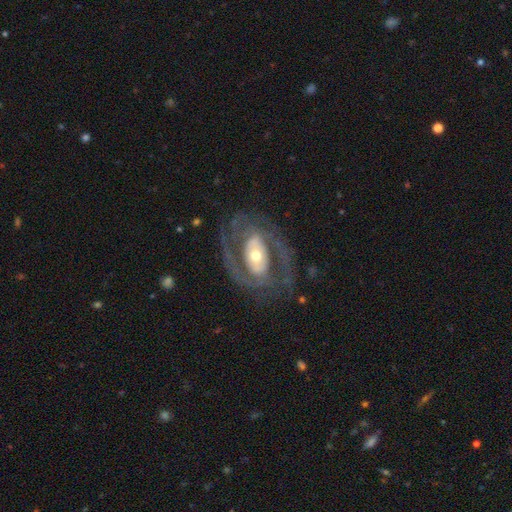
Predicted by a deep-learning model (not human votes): Q: Smooth or featured?
A: featured or disk (85%); runner-up: smooth (10%)
Q: Edge-on disk?
A: no (96%); runner-up: yes (4%)
Q: Bar?
A: no (45%); runner-up: weak (29%)
Q: Spiral arms?
A: yes (86%); runner-up: no (14%)
Q: Spiral winding?
A: medium (46%); runner-up: tight (38%)
Q: Spiral arm count?
A: 2 (78%); runner-up: can't tell (10%)
Q: Bulge size?
A: moderate (62%); runner-up: small (23%)
Q: Merging?
A: none (71%); runner-up: minor disturbance (14%)